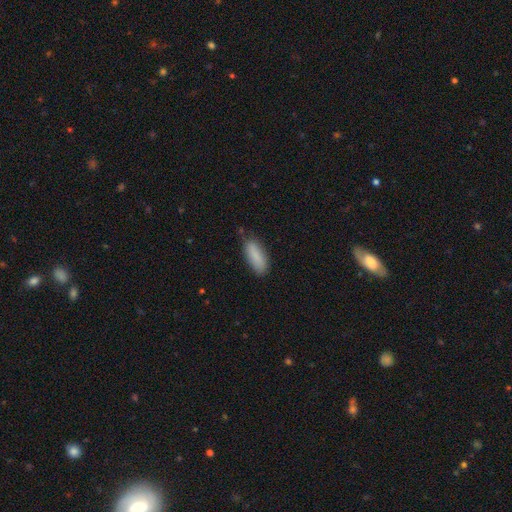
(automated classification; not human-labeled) Overall: smooth (86%). How rounded: in between (70%). Merging: none (76%).